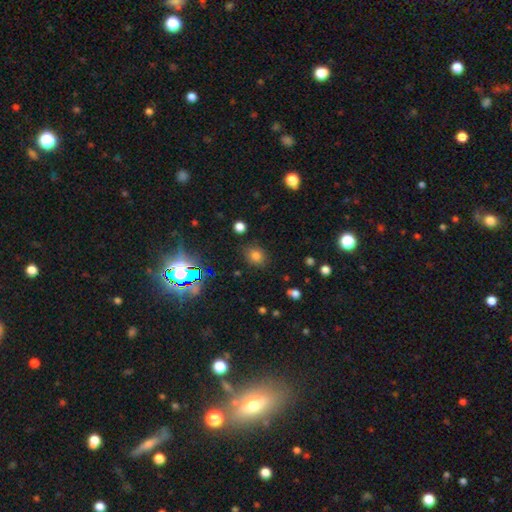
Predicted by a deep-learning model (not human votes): A smooth galaxy with no disk features (74%) that is round (70%).

Vote fractions:
- Smooth or featured? smooth: 74% / star or artifact: 20% / featured or disk: 6%
- How rounded? round: 70% / in between: 29% / cigar-shaped: 1%
- Merging? none: 85% / minor disturbance: 10% / major disturbance: 3% / merger: 2%